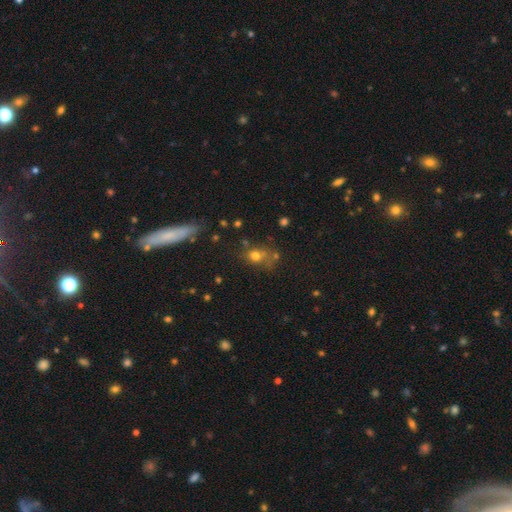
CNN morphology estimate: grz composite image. It shows a smooth galaxy with no disk features (68%) that is round (60%). Merging: none (51%).